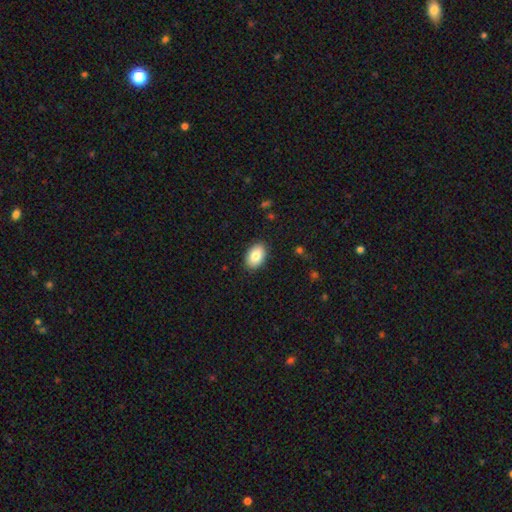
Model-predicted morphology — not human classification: smooth 86%, featured or disk 8%, star or artifact 7%. Down the decision tree: how rounded — in between (91%); merging — none (89%).